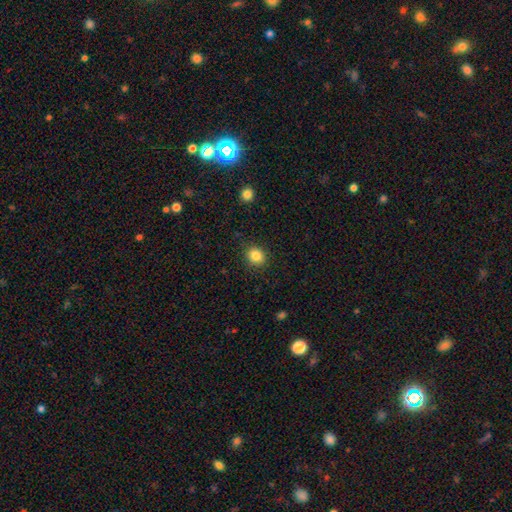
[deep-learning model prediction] Smooth or featured? smooth (85%)
How rounded? round (71%)
Merging? none (88%)